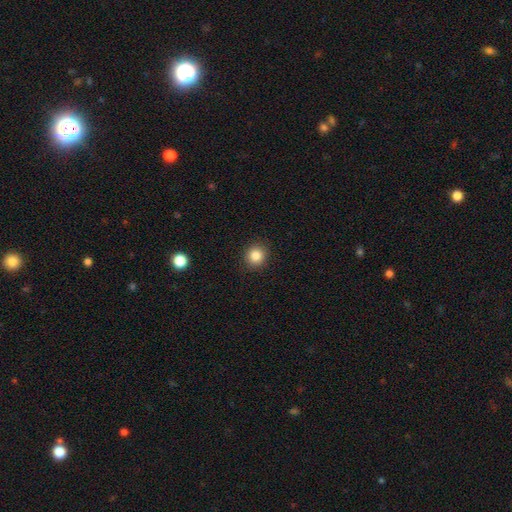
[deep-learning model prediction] Overall: smooth (85%). How rounded: round (86%). Merging: none (91%).